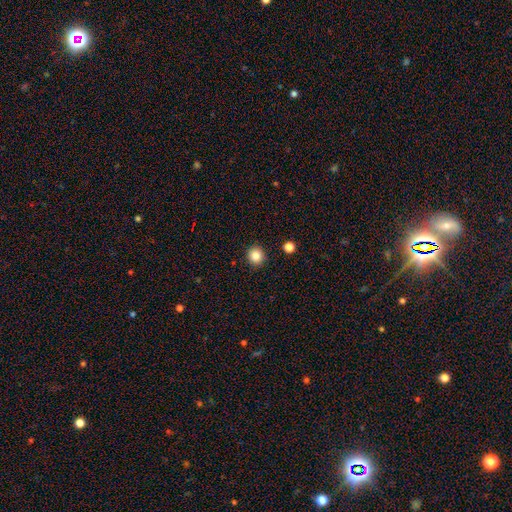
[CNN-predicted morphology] smooth_or_featured: smooth (p=0.85) [alt: star or artifact p=0.11]
how_rounded: round (p=0.92) [alt: in between p=0.07]
merging: none (p=0.92) [alt: minor disturbance p=0.05]